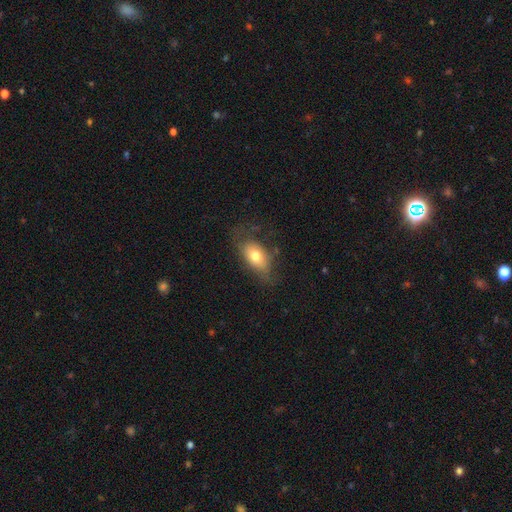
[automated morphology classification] Overall: smooth (70%). How rounded: in between (86%). Merging: none (54%; minor disturbance 28%).